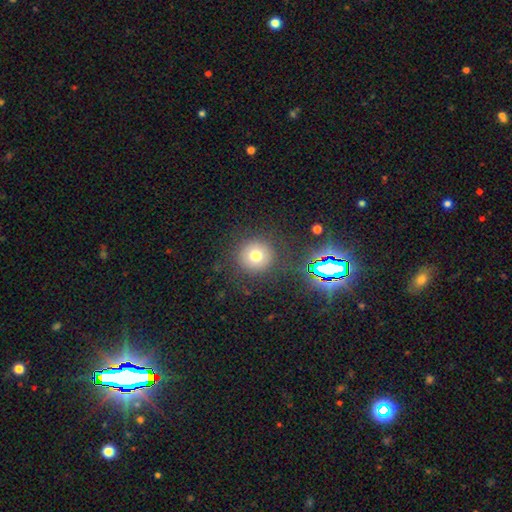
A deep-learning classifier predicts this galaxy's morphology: This appears to be a smooth galaxy with no disk features (72%) that is round (94%). Merging: none (86%).